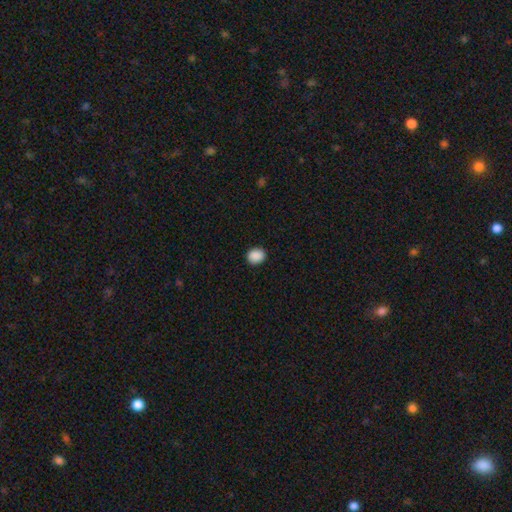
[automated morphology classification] A smooth galaxy with no disk features (90%) that is round (60%). Merging: none (90%).